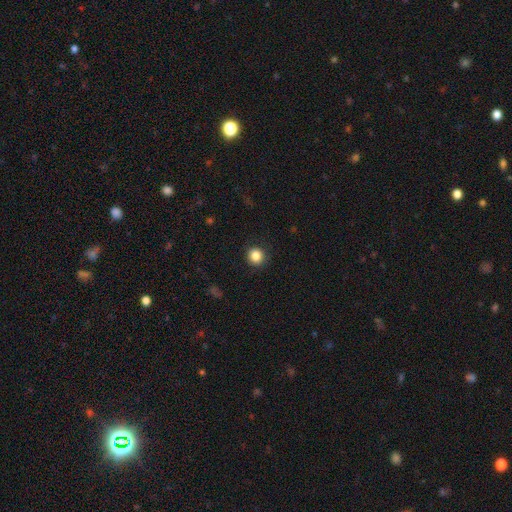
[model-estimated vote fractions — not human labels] Smooth or featured?
  - smooth: 85% *
  - star or artifact: 11%
  - featured or disk: 4%
How rounded?
  - round: 93% *
  - in between: 6%
  - cigar-shaped: 1%
Merging?
  - none: 91% *
  - minor disturbance: 6%
  - major disturbance: 2%
  - merger: 1%